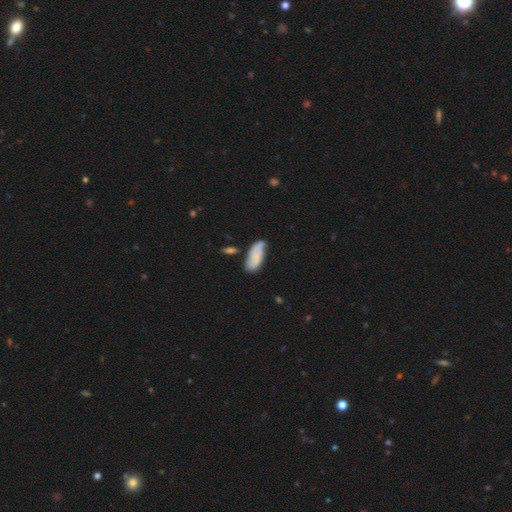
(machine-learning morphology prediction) This is likely a smooth galaxy (64%). How rounded: clearly in between (85%). Merging: possibly none (48%).